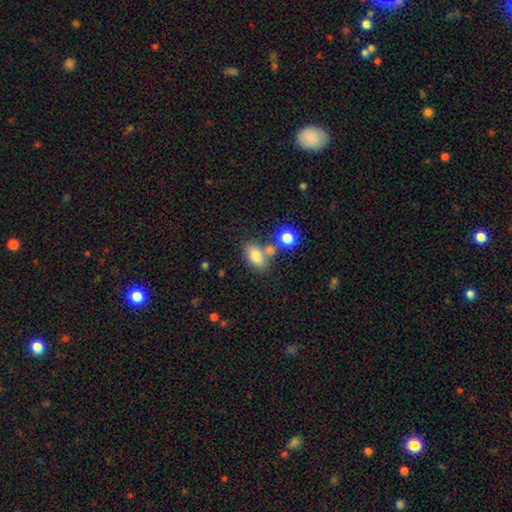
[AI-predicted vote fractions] The model was most divided on "merging": none: 60%, merger: 23%, minor disturbance: 13%, major disturbance: 4%. More confident: how rounded — in between (84%); smooth or featured — smooth (78%).